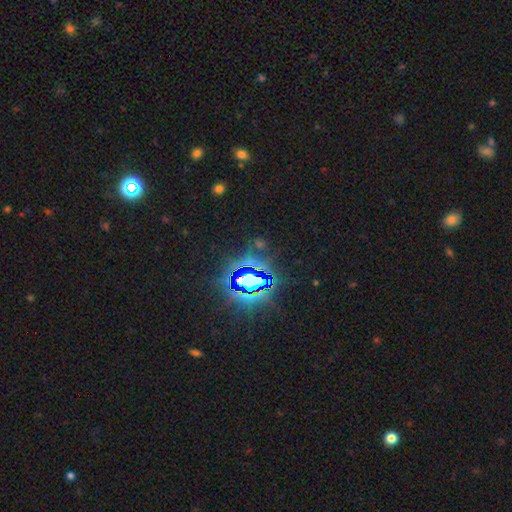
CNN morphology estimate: Smooth or featured? star or artifact (83%)